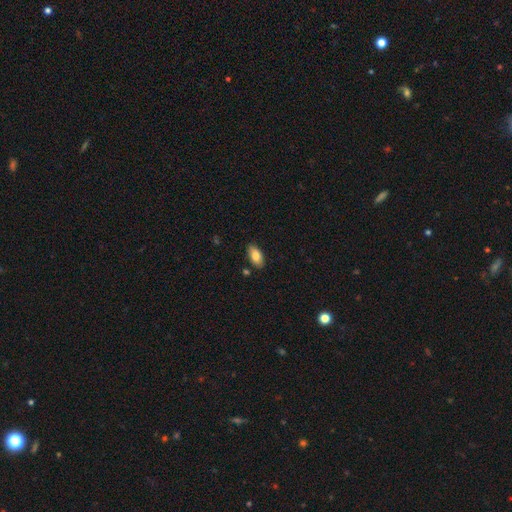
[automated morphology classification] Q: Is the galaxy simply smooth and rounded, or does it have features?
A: smooth — 81%.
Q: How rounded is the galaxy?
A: in between — 93%.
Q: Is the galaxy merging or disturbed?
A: none — 85%.